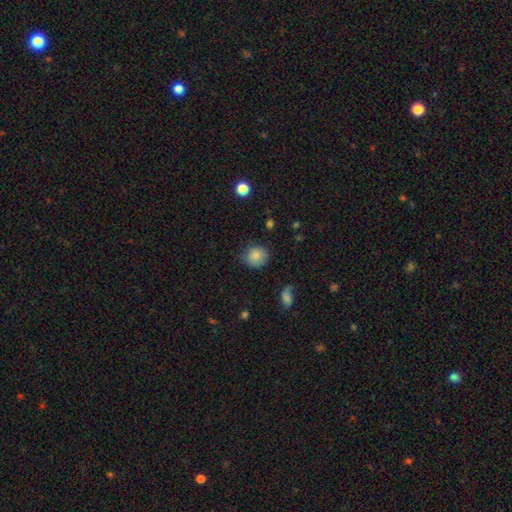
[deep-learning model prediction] Overall: smooth (84%). How rounded: round (85%). Merging: none (80%).